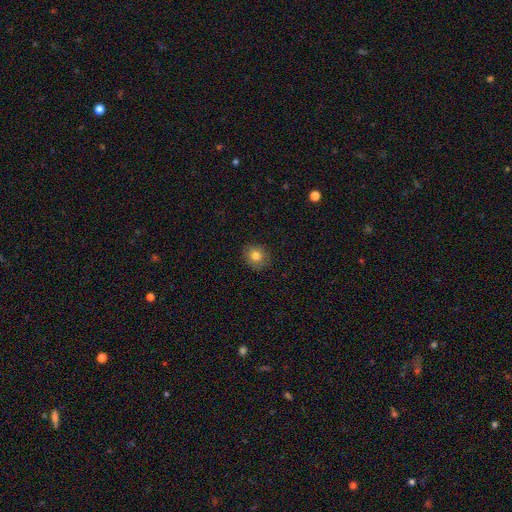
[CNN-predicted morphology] A smooth galaxy with no disk features (80%) that is round (76%).

Vote fractions:
- Smooth or featured? smooth: 80% / star or artifact: 11% / featured or disk: 9%
- How rounded? round: 76% / in between: 23% / cigar-shaped: 1%
- Merging? none: 88% / minor disturbance: 9% / major disturbance: 2% / merger: 1%